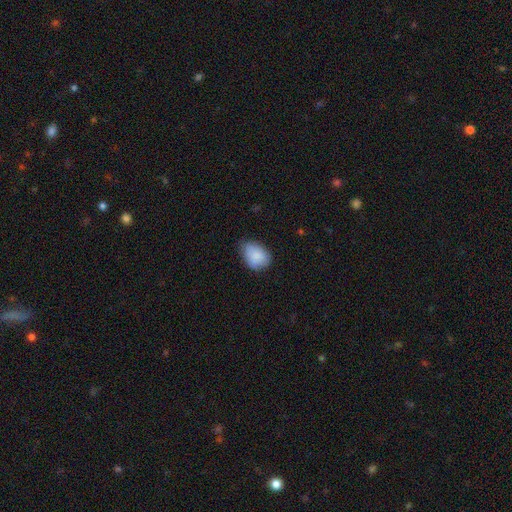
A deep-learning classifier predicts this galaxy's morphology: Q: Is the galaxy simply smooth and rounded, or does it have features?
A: smooth — 86%.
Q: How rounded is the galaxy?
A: in between — 76%.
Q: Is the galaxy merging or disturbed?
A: none — 57%.